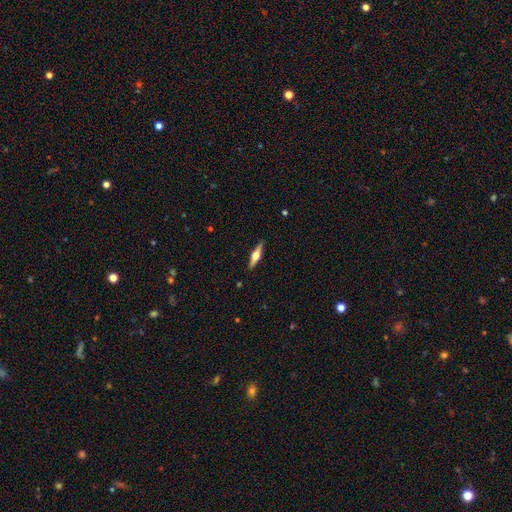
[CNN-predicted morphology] The model was most divided on "smooth or featured": featured or disk: 65%, smooth: 30%, star or artifact: 5%. More confident: edge-on disk — yes (97%); edge-on bulge — rounded (93%); merging — none (90%).